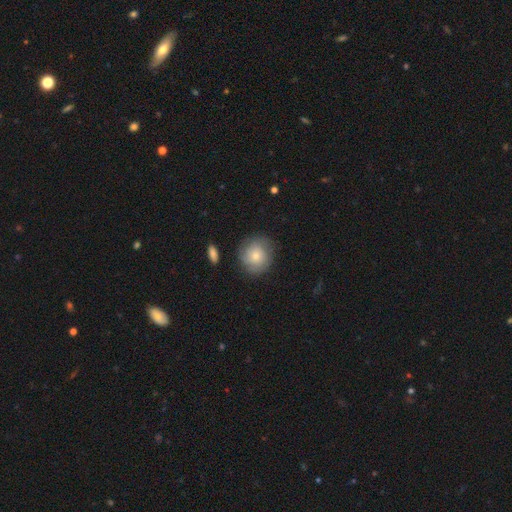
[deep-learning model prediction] smooth_or_featured: smooth (p=0.65) [alt: featured or disk p=0.28]
how_rounded: round (p=0.89) [alt: in between p=0.10]
merging: none (p=0.77) [alt: minor disturbance p=0.16]